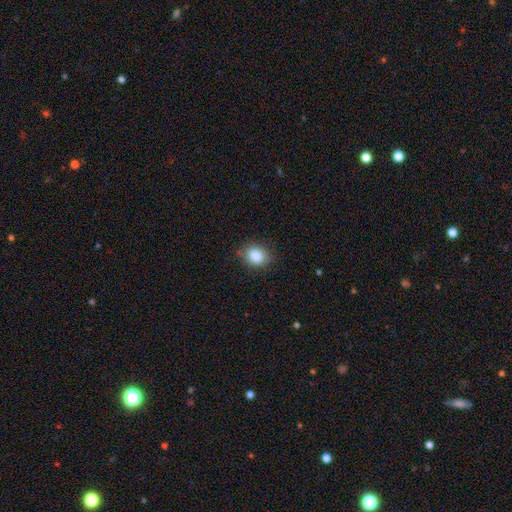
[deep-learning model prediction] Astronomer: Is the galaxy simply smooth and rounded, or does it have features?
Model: smooth — 85%.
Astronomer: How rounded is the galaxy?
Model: round — 50% (runner-up: in between, 49%).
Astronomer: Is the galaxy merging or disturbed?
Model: none — 82%.